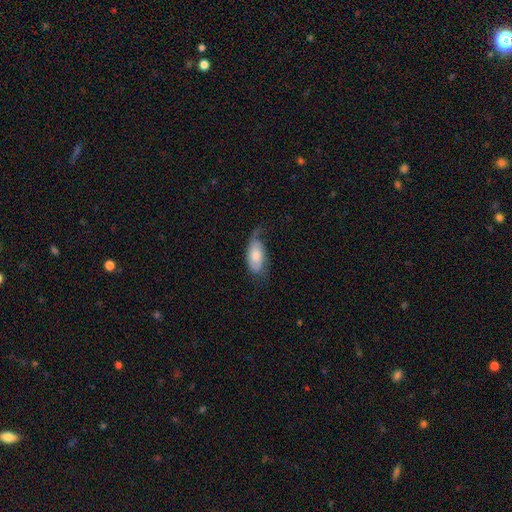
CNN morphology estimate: Smooth or featured?
  - smooth: 65% *
  - featured or disk: 29%
  - star or artifact: 6%
How rounded?
  - in between: 91% *
  - cigar-shaped: 6%
  - round: 3%
Merging?
  - none: 40% *
  - minor disturbance: 35%
  - major disturbance: 23%
  - merger: 2%